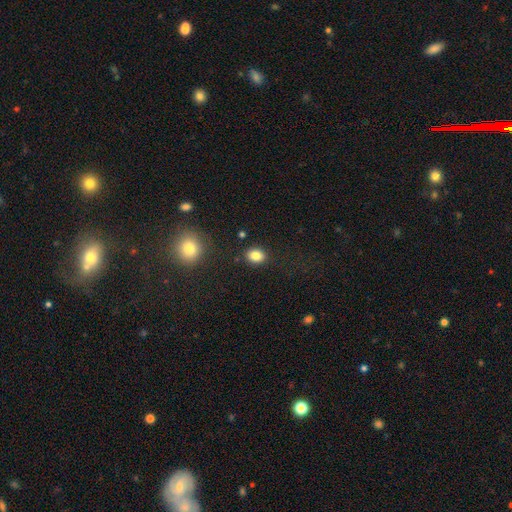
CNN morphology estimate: smooth 85%, star or artifact 10%, featured or disk 5%. Down the decision tree: how rounded — in between (52%); merging — none (85%).